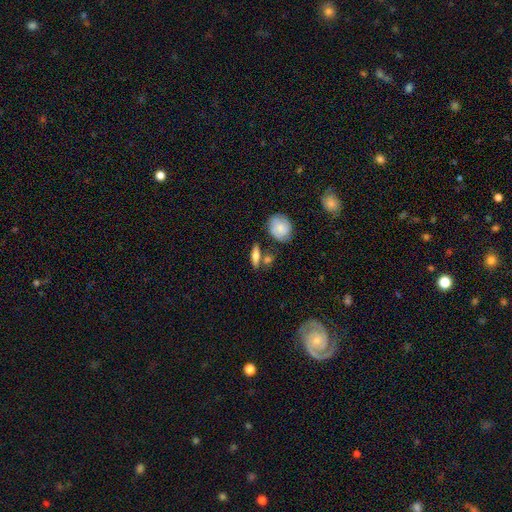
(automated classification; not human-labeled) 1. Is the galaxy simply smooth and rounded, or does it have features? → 57% smooth, 35% featured or disk, 8% star or artifact.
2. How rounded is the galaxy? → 52% cigar-shaped, 40% in between, 8% round.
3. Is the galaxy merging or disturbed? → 70% none, 13% merger, 13% minor disturbance, 4% major disturbance.